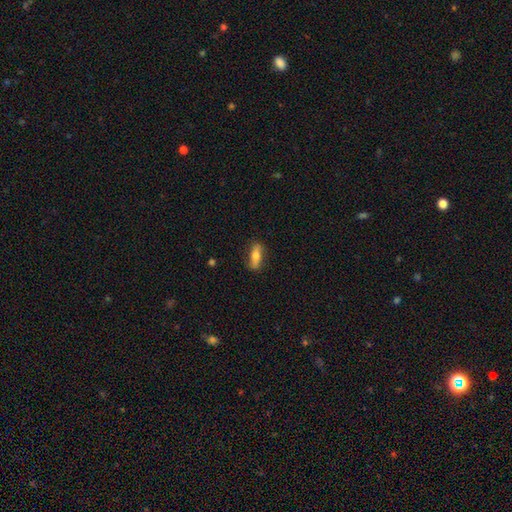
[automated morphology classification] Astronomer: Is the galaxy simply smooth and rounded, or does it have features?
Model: smooth — 61%.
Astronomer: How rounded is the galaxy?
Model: in between — 56% (runner-up: cigar-shaped, 40%).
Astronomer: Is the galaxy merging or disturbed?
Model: none — 79%.